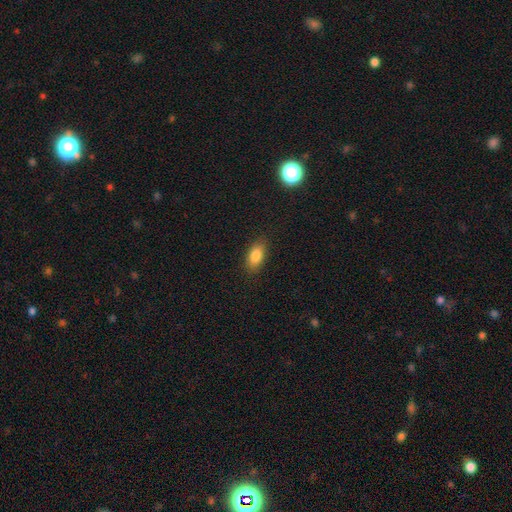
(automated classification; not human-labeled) Morphology: type=smooth (85%); roundness=in between (88%); merging=none (86%).